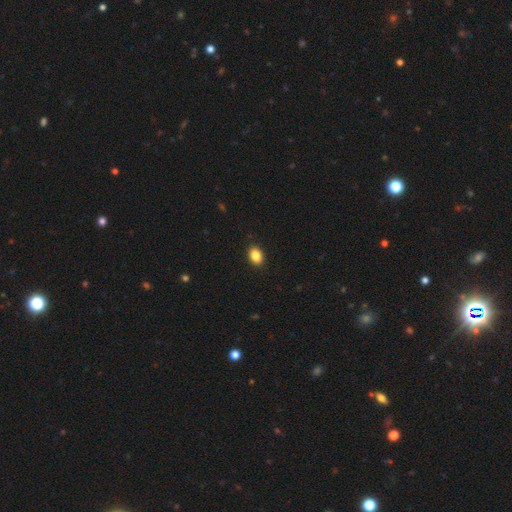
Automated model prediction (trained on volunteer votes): Smooth or featured? smooth (87%)
How rounded? in between (75%)
Merging? none (91%)